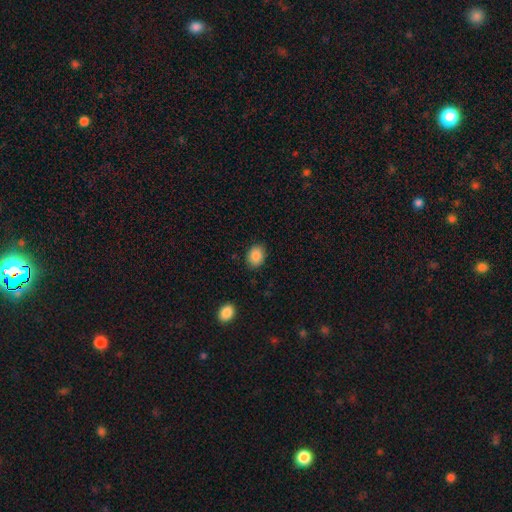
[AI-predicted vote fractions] Smooth or featured: smooth — 87% (star or artifact — 8%)
How rounded: in between — 60% (round — 39%)
Merging: none — 86% (minor disturbance — 11%)